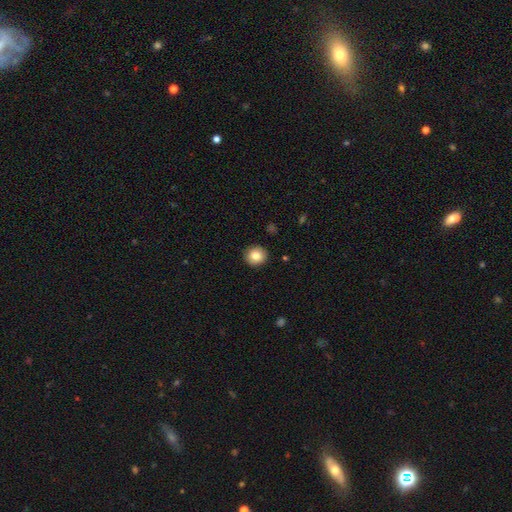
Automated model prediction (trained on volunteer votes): smooth_or_featured: smooth (p=0.82) [alt: star or artifact p=0.09]
how_rounded: round (p=0.89) [alt: in between p=0.10]
merging: none (p=0.91) [alt: minor disturbance p=0.06]